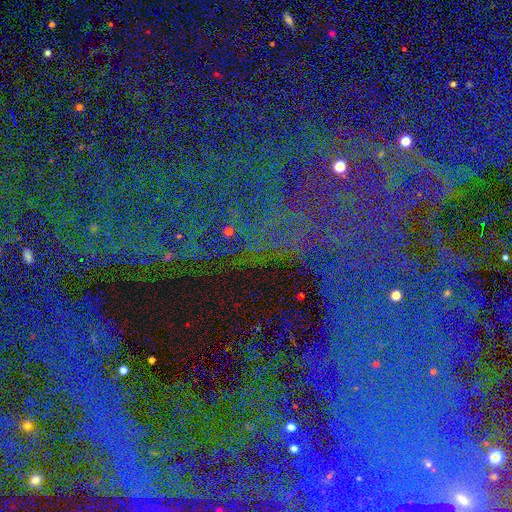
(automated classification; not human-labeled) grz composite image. It shows a star or artifact, not a galaxy (84%).